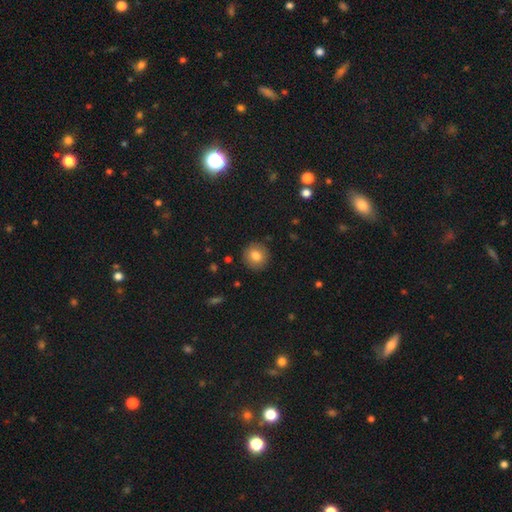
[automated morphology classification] Smooth or featured? Predicted: smooth (p=0.80). How rounded? Predicted: round (p=0.90). Merging? Predicted: none (p=0.90).